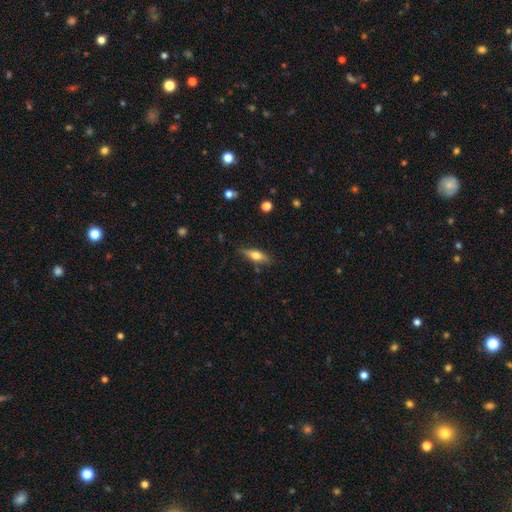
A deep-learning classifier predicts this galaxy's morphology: type=smooth (52%); roundness=cigar-shaped (51%); merging=none (81%).